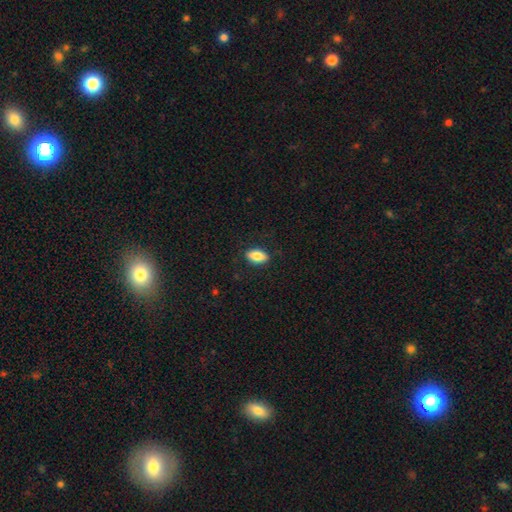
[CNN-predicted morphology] Q: Smooth or featured?
A: smooth (83%); runner-up: featured or disk (10%)
Q: How rounded?
A: in between (89%); runner-up: cigar-shaped (7%)
Q: Merging?
A: none (86%); runner-up: minor disturbance (11%)